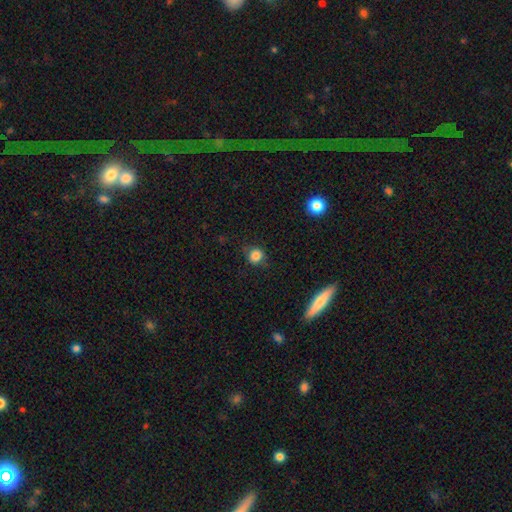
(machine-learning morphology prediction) A smooth galaxy with no disk features (83%) that is round (89%). Merging: none (81%).